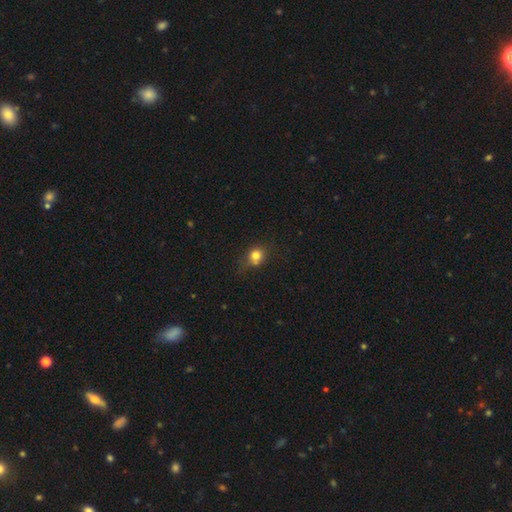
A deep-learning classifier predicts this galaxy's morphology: type=smooth (78%); roundness=round (76%); merging=none (59%).